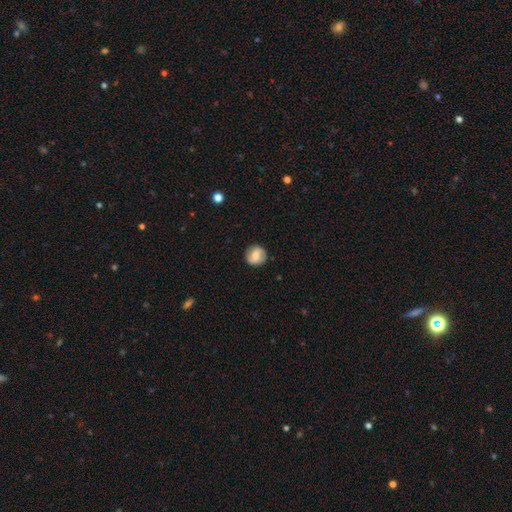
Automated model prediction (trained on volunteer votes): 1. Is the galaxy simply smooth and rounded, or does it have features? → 49% smooth, 43% featured or disk, 8% star or artifact.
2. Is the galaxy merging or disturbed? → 86% none, 10% minor disturbance, 3% major disturbance, 1% merger.